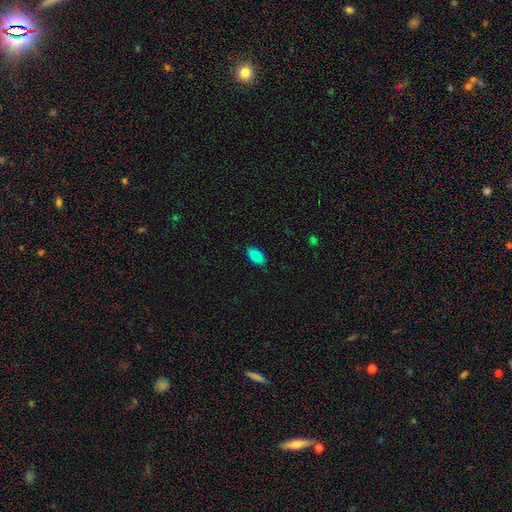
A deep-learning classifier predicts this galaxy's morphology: This appears to be a smooth galaxy with no disk features (86%) that is in between round and cigar-shaped (93%). Merging: none (86%).